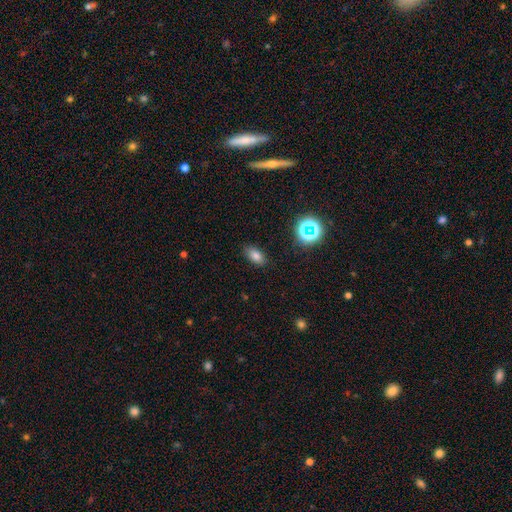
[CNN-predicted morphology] This appears to be a smooth galaxy with no disk features (76%) that is in between round and cigar-shaped (88%). Merging: none (86%).